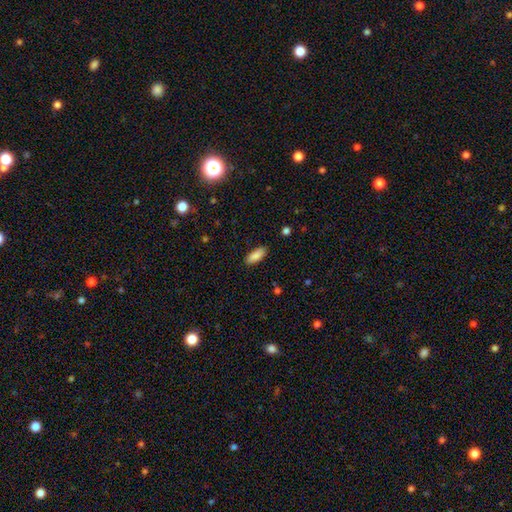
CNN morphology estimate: Q: Smooth or featured?
A: smooth (89%); runner-up: star or artifact (7%)
Q: How rounded?
A: in between (76%); runner-up: cigar-shaped (22%)
Q: Merging?
A: none (88%); runner-up: minor disturbance (9%)